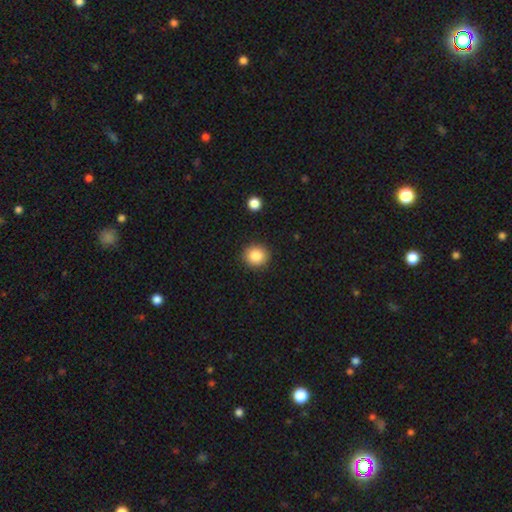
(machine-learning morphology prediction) Smooth or featured?
  - smooth: 85% *
  - star or artifact: 9%
  - featured or disk: 5%
How rounded?
  - round: 89% *
  - in between: 10%
  - cigar-shaped: 1%
Merging?
  - none: 90% *
  - minor disturbance: 6%
  - major disturbance: 2%
  - merger: 1%